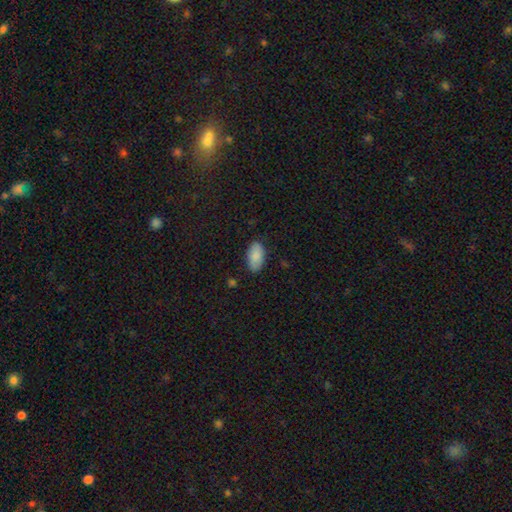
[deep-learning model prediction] This is clearly a smooth galaxy (88%). How rounded: clearly in between (94%). Merging: clearly none (84%).